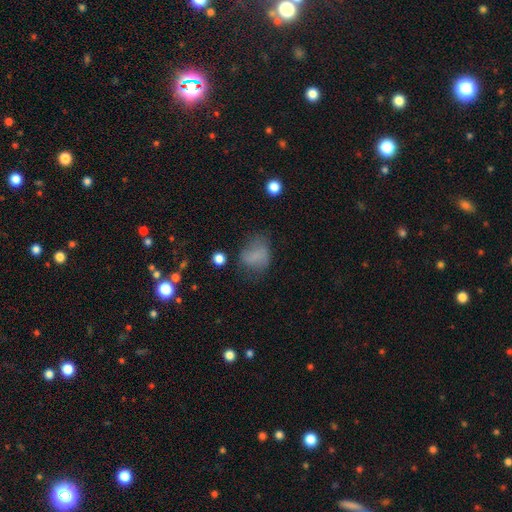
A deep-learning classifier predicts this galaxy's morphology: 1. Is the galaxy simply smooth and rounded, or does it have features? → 68% smooth, 19% featured or disk, 14% star or artifact.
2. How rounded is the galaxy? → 61% in between, 37% round, 2% cigar-shaped.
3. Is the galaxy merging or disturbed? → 48% none, 29% minor disturbance, 20% major disturbance, 3% merger.